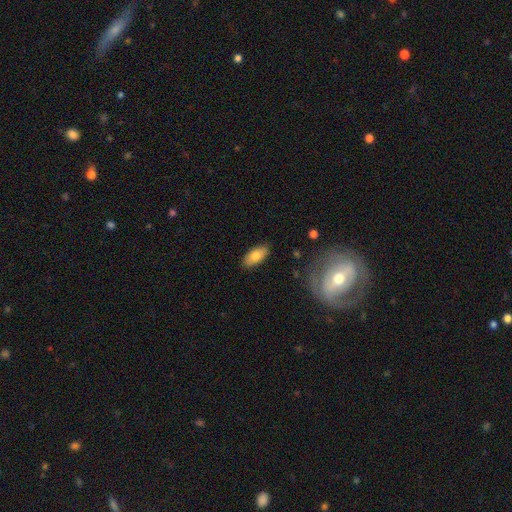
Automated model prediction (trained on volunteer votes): smooth_or_featured: smooth (p=0.76) [alt: featured or disk p=0.17]
how_rounded: in between (p=0.87) [alt: cigar-shaped p=0.10]
merging: none (p=0.86) [alt: minor disturbance p=0.10]